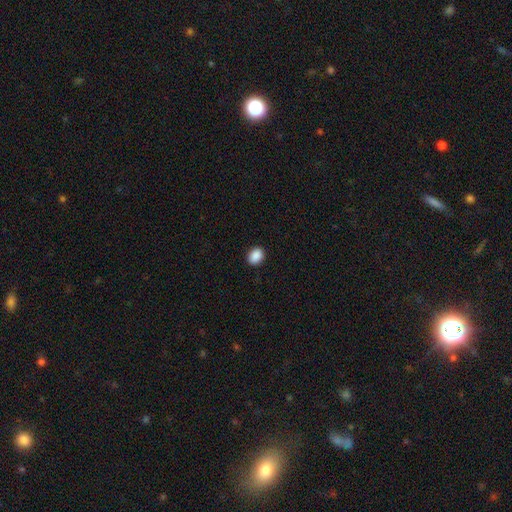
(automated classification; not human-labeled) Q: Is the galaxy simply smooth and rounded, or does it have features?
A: smooth — 90%.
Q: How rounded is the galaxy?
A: in between — 64%.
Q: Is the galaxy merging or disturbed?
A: none — 91%.